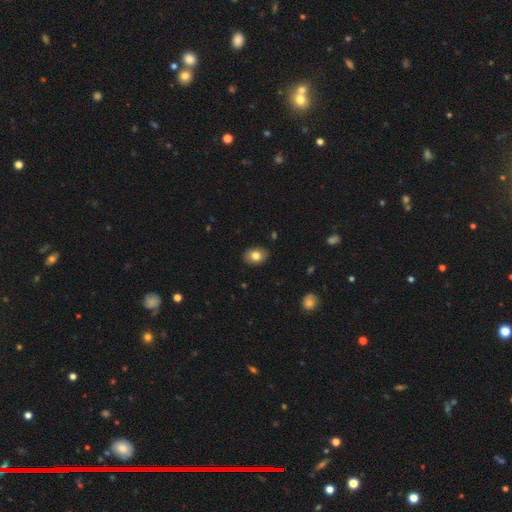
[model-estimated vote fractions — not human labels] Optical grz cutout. It shows a smooth galaxy with no disk features (80%) that is in between round and cigar-shaped (73%). Merging: none (87%).